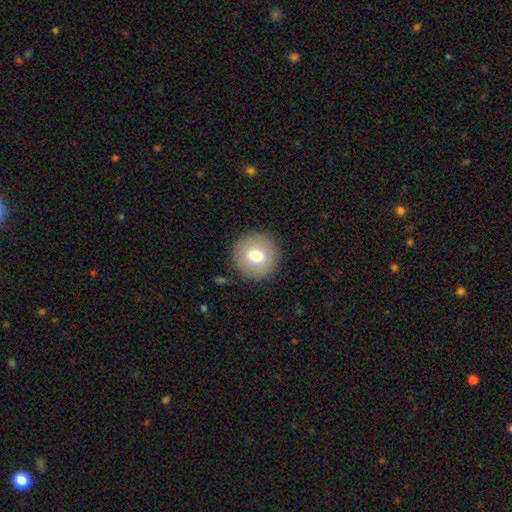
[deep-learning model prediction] Smooth or featured? smooth (73%)
How rounded? round (95%)
Merging? none (90%)